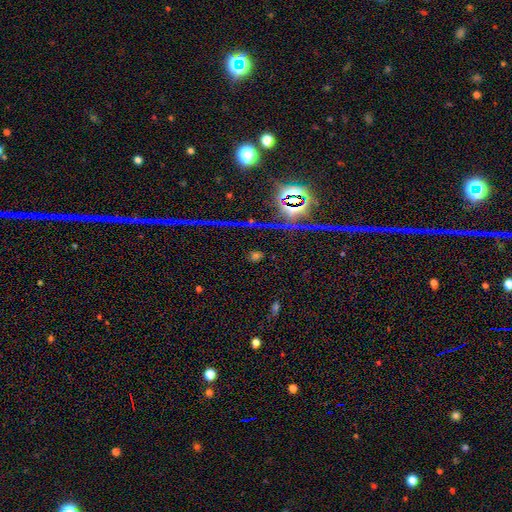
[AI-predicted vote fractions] The model was most divided on "smooth or featured": star or artifact: 63%, smooth: 26%, featured or disk: 11%.